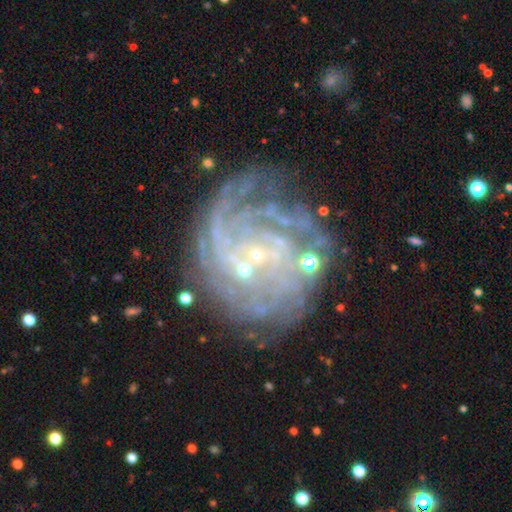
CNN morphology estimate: Overall: featured or disk (81%). Edge-on disk: no (98%). Bar: no (61%; weak 29%). Spiral arms: yes (92%). Spiral arm count: can't tell (31%; 4 18%). Spiral winding: tight (67%). Bulge size: small (80%). Merging: none (62%).